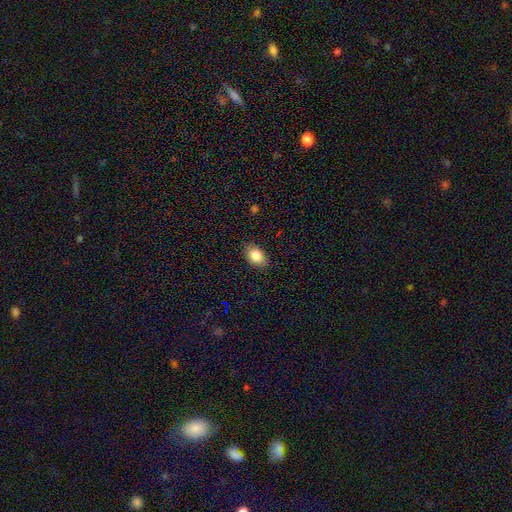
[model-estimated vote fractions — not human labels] Smooth or featured?
  - smooth: 83% *
  - featured or disk: 9%
  - star or artifact: 8%
How rounded?
  - in between: 84% *
  - round: 14%
  - cigar-shaped: 2%
Merging?
  - none: 85% *
  - minor disturbance: 12%
  - major disturbance: 2%
  - merger: 1%